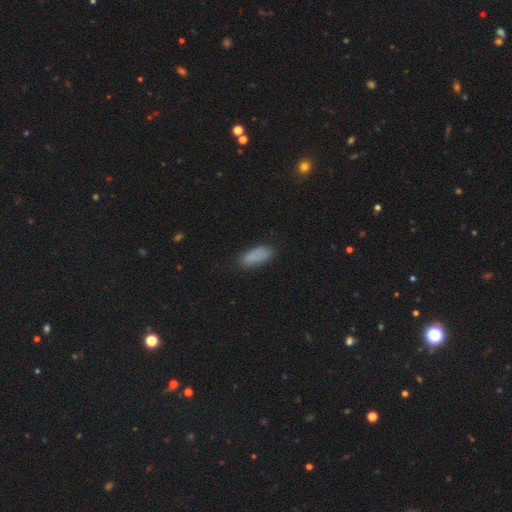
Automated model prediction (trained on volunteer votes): smooth_or_featured: smooth (p=0.86) [alt: star or artifact p=0.08]
how_rounded: in between (p=0.79) [alt: cigar-shaped p=0.18]
merging: none (p=0.79) [alt: minor disturbance p=0.16]